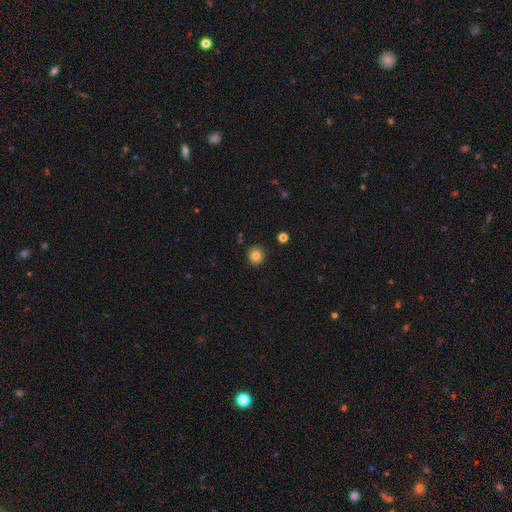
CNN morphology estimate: smooth-or-featured: smooth: 83% | star or artifact: 11% | featured or disk: 6%
  how-rounded: round: 88% | in between: 11% | cigar-shaped: 1%
  merging: none: 90% | minor disturbance: 6% | major disturbance: 2% | merger: 2%